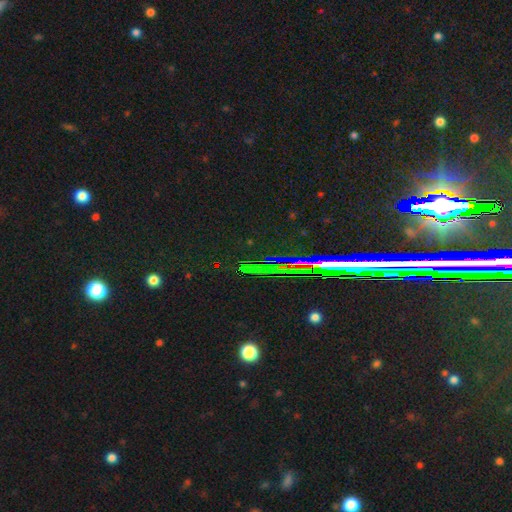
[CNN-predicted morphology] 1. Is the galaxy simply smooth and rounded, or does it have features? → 75% star or artifact, 14% featured or disk, 11% smooth.